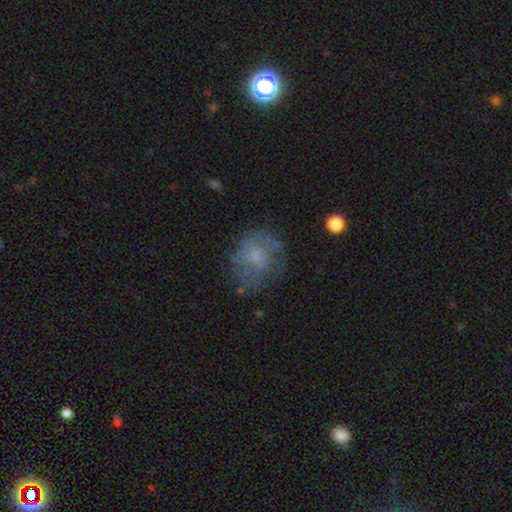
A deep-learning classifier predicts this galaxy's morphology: Smooth or featured? Predicted: smooth (p=0.47). Merging? Predicted: none (p=0.55).